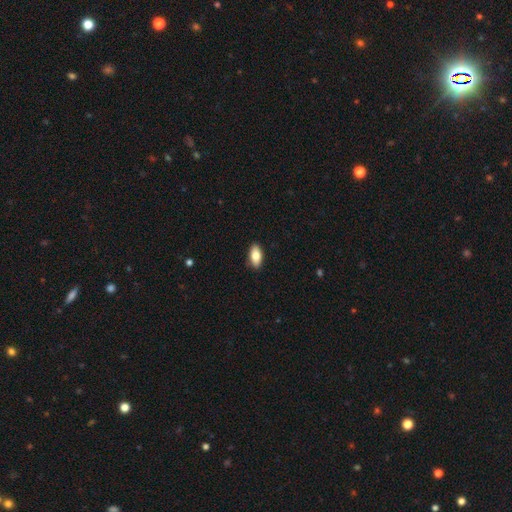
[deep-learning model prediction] Smooth or featured: smooth — 80% (featured or disk — 13%)
How rounded: in between — 89% (cigar-shaped — 7%)
Merging: none — 89% (minor disturbance — 9%)